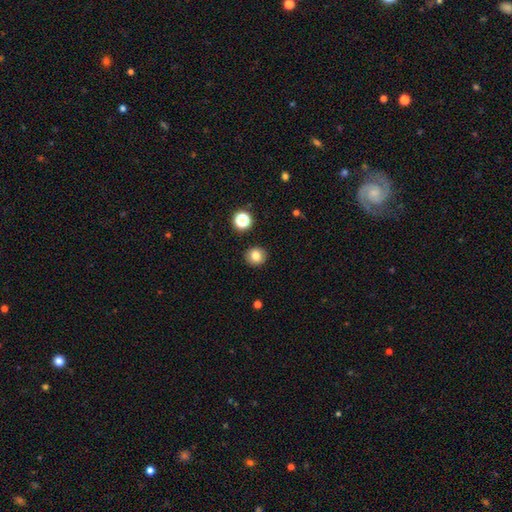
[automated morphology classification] The model was most divided on "smooth or featured": smooth: 82%, star or artifact: 12%, featured or disk: 6%. More confident: merging — none (90%); how rounded — round (88%).